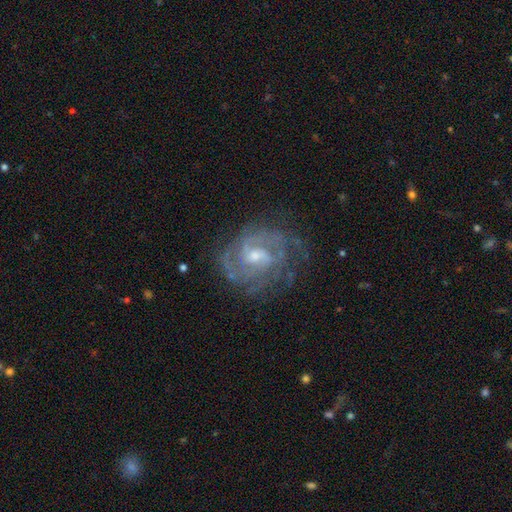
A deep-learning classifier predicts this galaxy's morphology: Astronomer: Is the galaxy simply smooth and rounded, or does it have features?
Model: featured or disk — 87%.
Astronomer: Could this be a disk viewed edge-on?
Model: no — 98%.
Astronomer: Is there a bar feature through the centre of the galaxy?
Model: weak — 52% (runner-up: no, 39%).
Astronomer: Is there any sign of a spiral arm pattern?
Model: yes — 94%.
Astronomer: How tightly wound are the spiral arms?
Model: tight — 51% (runner-up: medium, 40%).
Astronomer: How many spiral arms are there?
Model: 2 — 33% (runner-up: can't tell, 29%).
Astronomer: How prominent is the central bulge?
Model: small — 49% (runner-up: moderate, 45%).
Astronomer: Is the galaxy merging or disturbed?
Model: none — 69%.